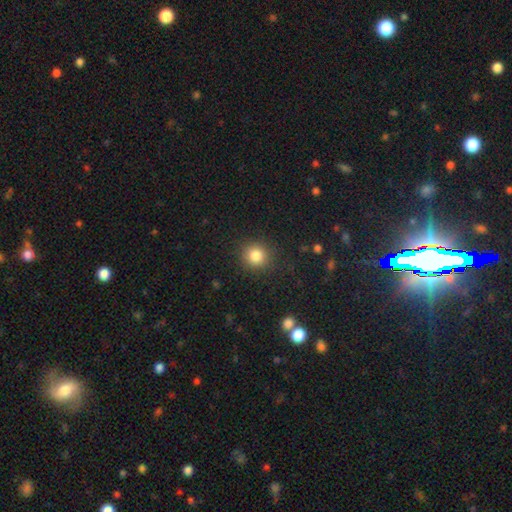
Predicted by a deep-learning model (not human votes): Smooth or featured?
  - smooth: 83% *
  - star or artifact: 11%
  - featured or disk: 5%
How rounded?
  - round: 90% *
  - in between: 9%
  - cigar-shaped: 1%
Merging?
  - none: 89% *
  - minor disturbance: 7%
  - major disturbance: 3%
  - merger: 1%